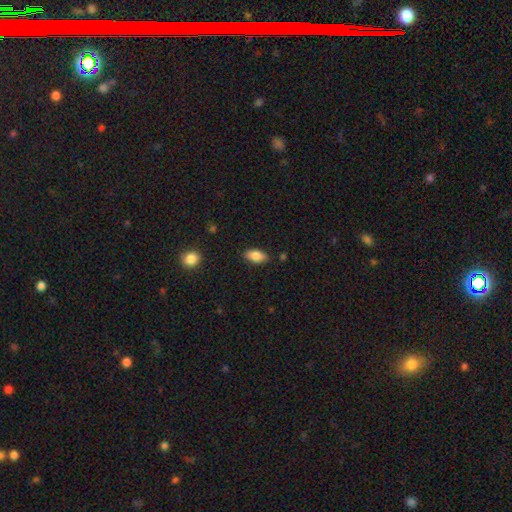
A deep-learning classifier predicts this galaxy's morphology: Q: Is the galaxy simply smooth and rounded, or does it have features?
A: smooth — 83%.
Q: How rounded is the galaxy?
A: in between — 90%.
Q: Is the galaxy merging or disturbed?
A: none — 85%.